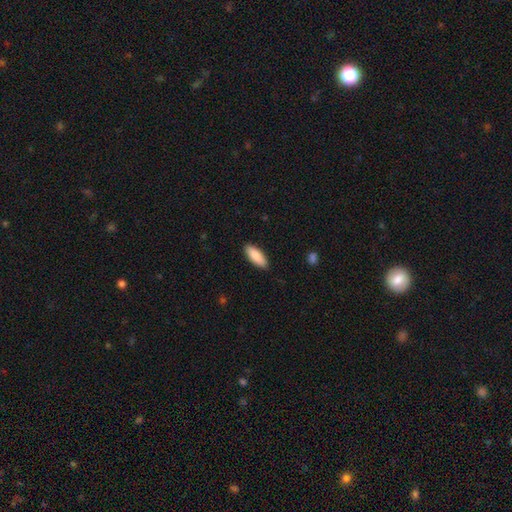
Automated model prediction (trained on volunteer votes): smooth_or_featured: smooth (p=0.89) [alt: star or artifact p=0.05]
how_rounded: in between (p=0.75) [alt: cigar-shaped p=0.24]
merging: none (p=0.89) [alt: minor disturbance p=0.09]